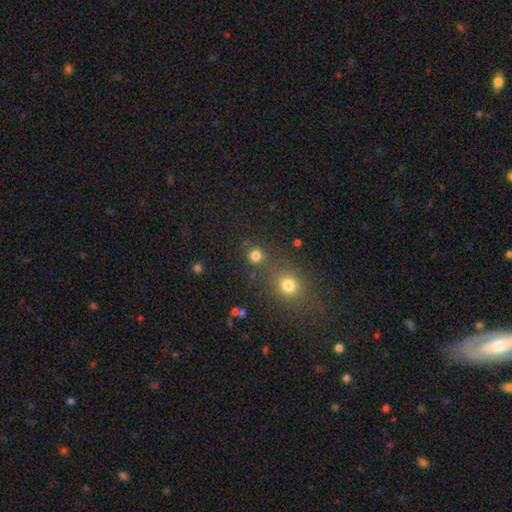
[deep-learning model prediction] smooth_or_featured: smooth (p=0.79) [alt: star or artifact p=0.16]
how_rounded: round (p=0.90) [alt: in between p=0.09]
merging: none (p=0.72) [alt: merger p=0.16]